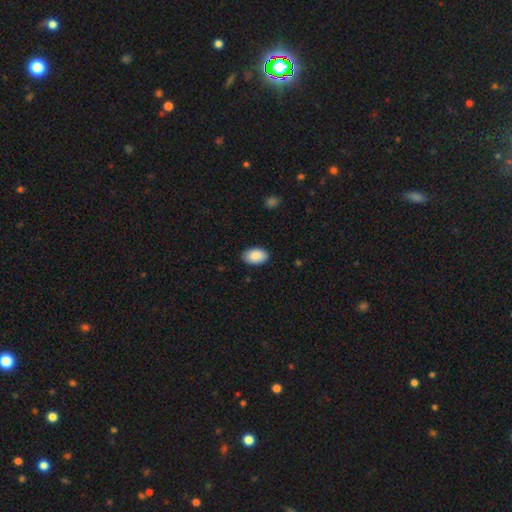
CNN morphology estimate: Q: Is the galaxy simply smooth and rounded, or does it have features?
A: smooth — 89%.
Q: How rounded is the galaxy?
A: in between — 92%.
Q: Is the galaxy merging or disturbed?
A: none — 88%.